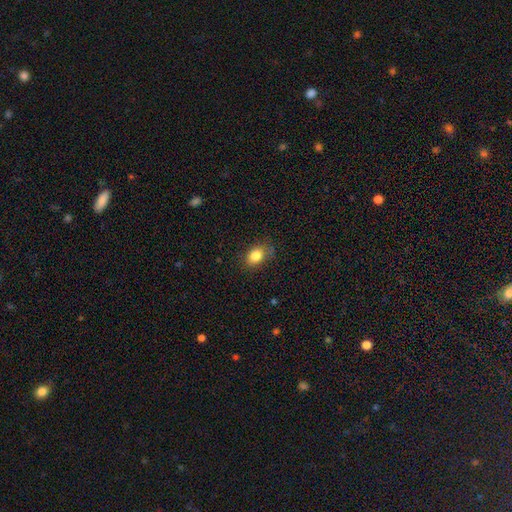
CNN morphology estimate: smooth 84%, star or artifact 9%, featured or disk 7%. Down the decision tree: how rounded — in between (73%); merging — none (77%).